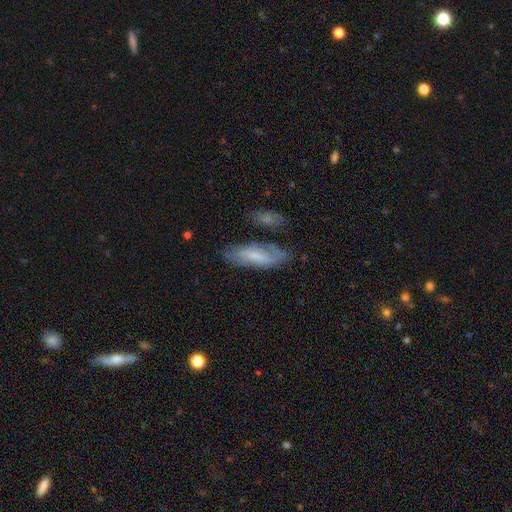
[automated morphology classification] Smooth or featured?
  - smooth: 48% *
  - featured or disk: 43%
  - star or artifact: 9%
Merging?
  - none: 62% *
  - minor disturbance: 22%
  - major disturbance: 9%
  - merger: 7%